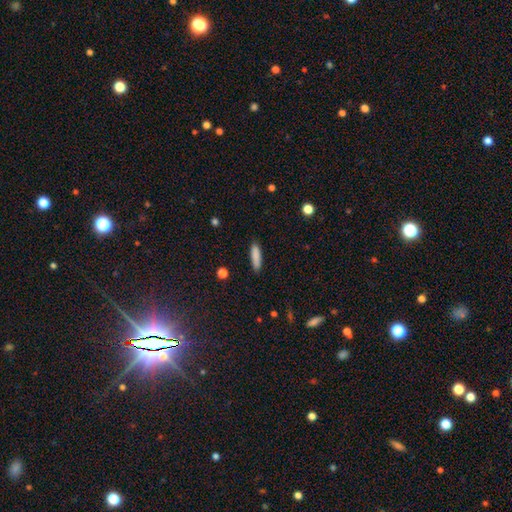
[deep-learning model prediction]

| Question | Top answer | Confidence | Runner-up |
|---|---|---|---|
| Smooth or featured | smooth | 86% | star or artifact (7%) |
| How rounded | cigar-shaped | 75% | in between (24%) |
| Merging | none | 88% | minor disturbance (9%) |